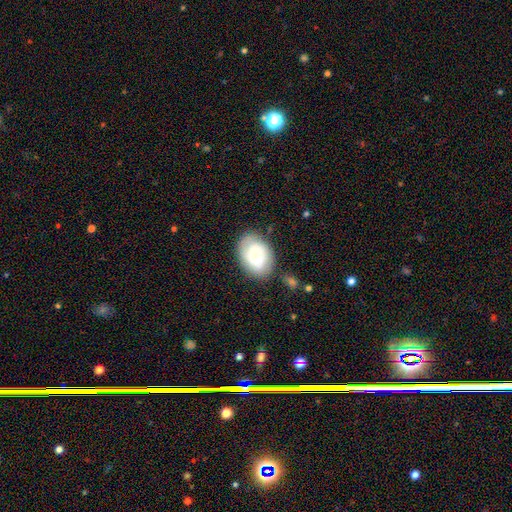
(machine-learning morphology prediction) smooth-or-featured: smooth: 48% | featured or disk: 45% | star or artifact: 7%
  merging: none: 76% | minor disturbance: 16% | major disturbance: 5% | merger: 3%